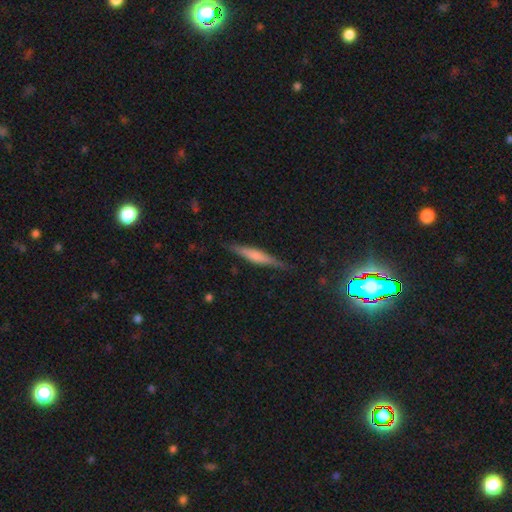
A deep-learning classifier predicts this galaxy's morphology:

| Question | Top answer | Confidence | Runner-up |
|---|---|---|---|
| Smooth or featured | featured or disk | 50% | smooth (43%) |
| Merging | none | 86% | minor disturbance (11%) |